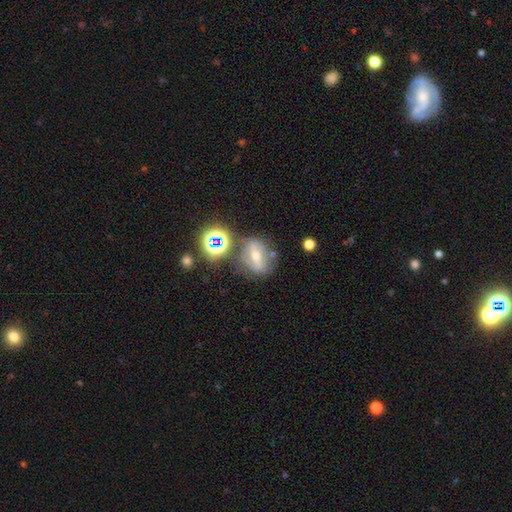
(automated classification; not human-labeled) A featured or disk galaxy (52%). Merging: none (65%).